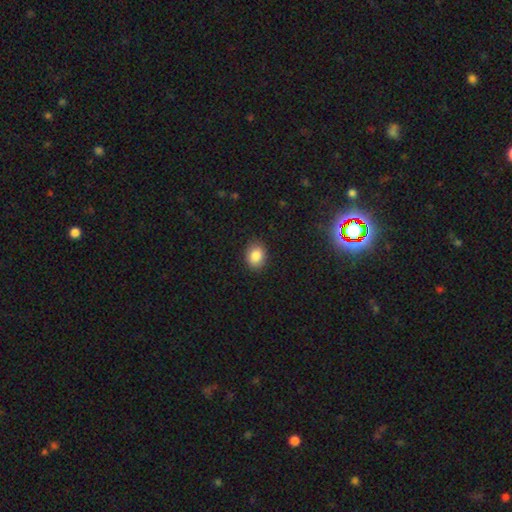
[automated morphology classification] Q: Smooth or featured?
A: smooth (86%); runner-up: star or artifact (9%)
Q: How rounded?
A: in between (59%); runner-up: round (40%)
Q: Merging?
A: none (87%); runner-up: minor disturbance (10%)